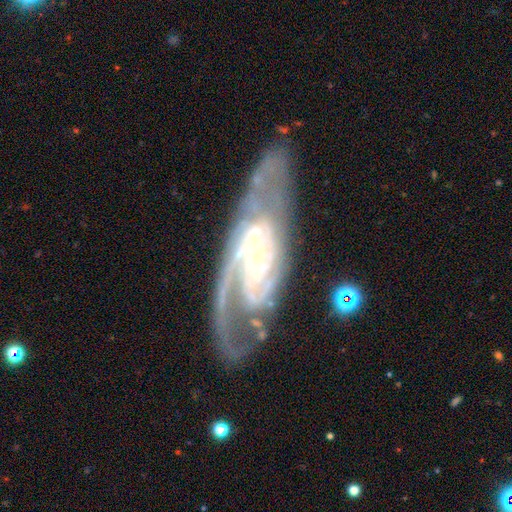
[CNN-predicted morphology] smooth-or-featured: featured or disk: 89% | star or artifact: 6% | smooth: 5%
  disk-edge-on: no: 92% | yes: 8%
    bar: no: 43% | weak: 36% | strong: 21%
    has-spiral-arms: yes: 97% | no: 3%
      spiral-winding: tight: 52% | medium: 40% | loose: 8%
      spiral-arm-count: 2: 42% | 3: 22% | can't tell: 19% | 4: 7% | 1: 5% | more than 4: 5%
    bulge-size: small: 73% | moderate: 19% | none: 4% | large: 2% | dominant: 1%
  merging: none: 65% | minor disturbance: 19% | major disturbance: 13% | merger: 3%